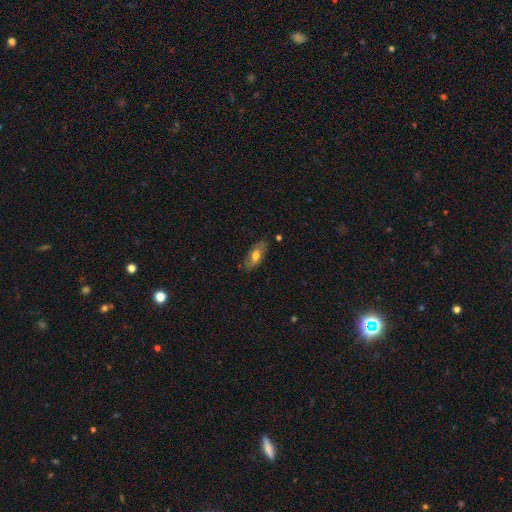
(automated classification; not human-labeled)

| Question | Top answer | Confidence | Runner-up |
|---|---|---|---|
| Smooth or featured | smooth | 62% | featured or disk (31%) |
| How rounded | in between | 83% | cigar-shaped (14%) |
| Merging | none | 78% | minor disturbance (16%) |